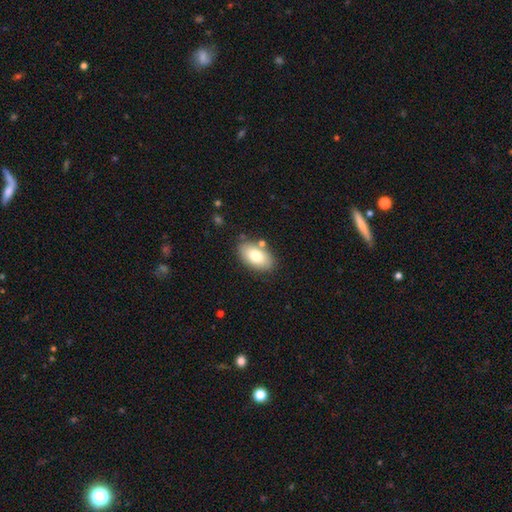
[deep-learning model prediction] The model was most divided on "smooth or featured": smooth: 80%, featured or disk: 13%, star or artifact: 7%. More confident: how rounded — in between (93%); merging — none (79%).